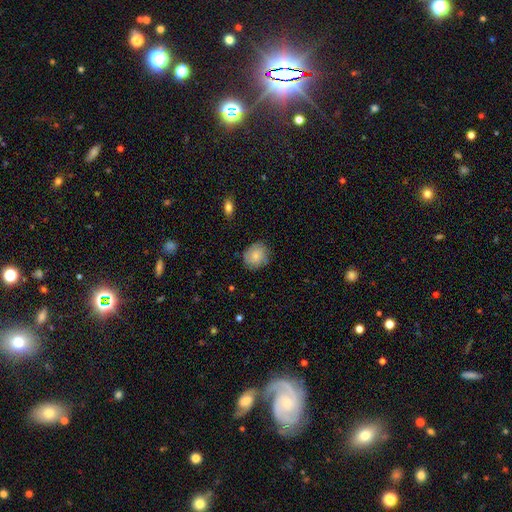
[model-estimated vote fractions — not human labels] Q: Smooth or featured?
A: smooth (68%); runner-up: featured or disk (24%)
Q: How rounded?
A: round (71%); runner-up: in between (27%)
Q: Merging?
A: none (77%); runner-up: minor disturbance (18%)